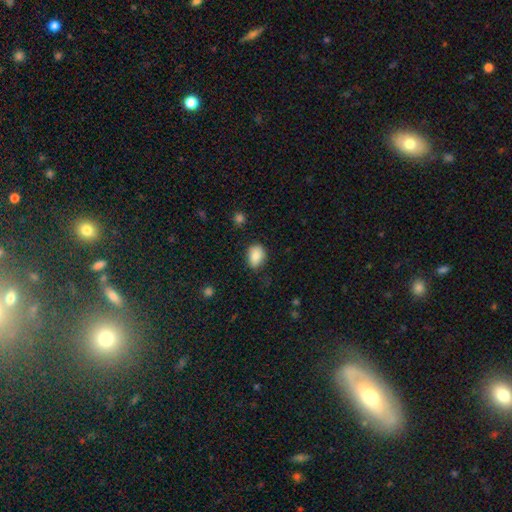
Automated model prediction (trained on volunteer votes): A smooth galaxy with no disk features (87%) that is in between round and cigar-shaped (76%). Merging: none (75%).